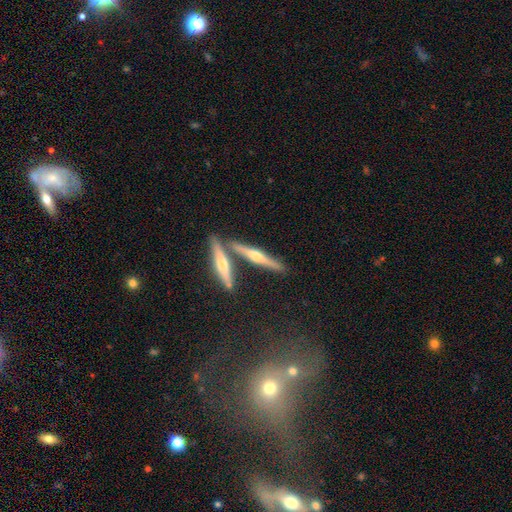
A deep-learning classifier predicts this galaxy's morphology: Smooth or featured: featured or disk — 68% (smooth — 25%)
Edge-on disk: yes — 96% (no — 4%)
Edge-on bulge: rounded — 91% (none — 5%)
Merging: none — 70% (merger — 19%)